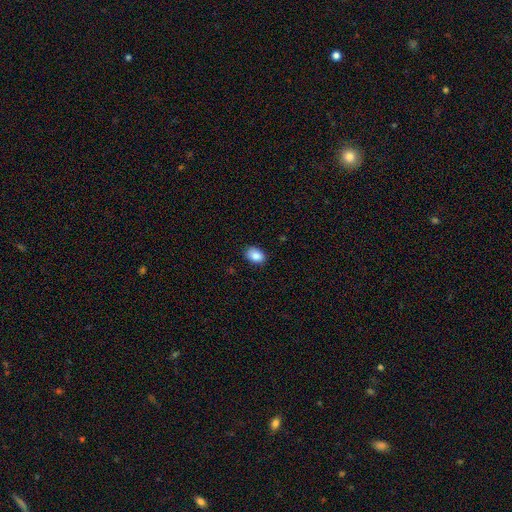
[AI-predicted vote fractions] A smooth galaxy with no disk features (88%) that is in between round and cigar-shaped (77%).

Vote fractions:
- Smooth or featured? smooth: 88% / star or artifact: 8% / featured or disk: 4%
- How rounded? in between: 77% / round: 22% / cigar-shaped: 1%
- Merging? none: 83% / minor disturbance: 14% / major disturbance: 2% / merger: 1%